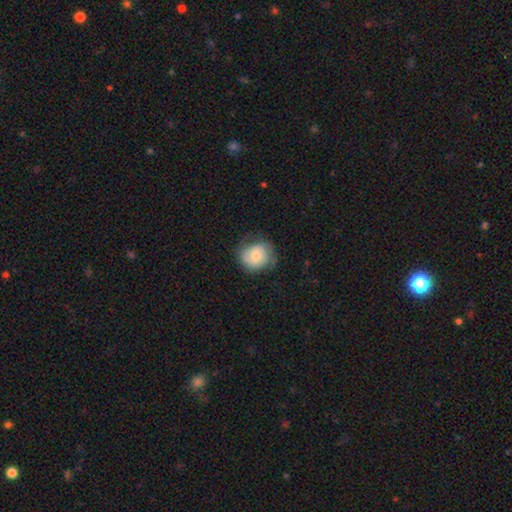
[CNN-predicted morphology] Q: Smooth or featured?
A: smooth (56%); runner-up: featured or disk (37%)
Q: How rounded?
A: round (77%); runner-up: in between (22%)
Q: Merging?
A: none (62%); runner-up: minor disturbance (26%)